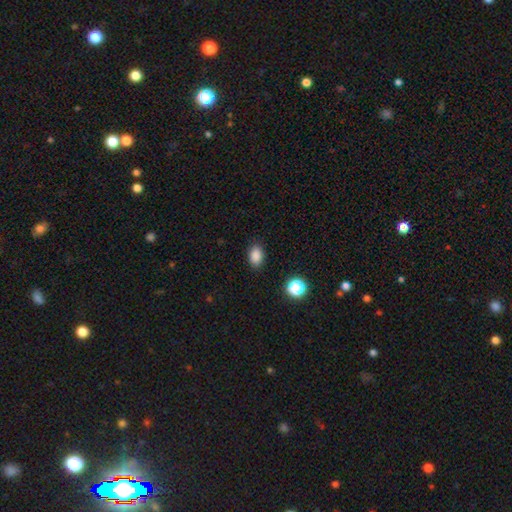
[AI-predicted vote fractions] Smooth or featured? smooth (86%)
How rounded? in between (82%)
Merging? none (87%)